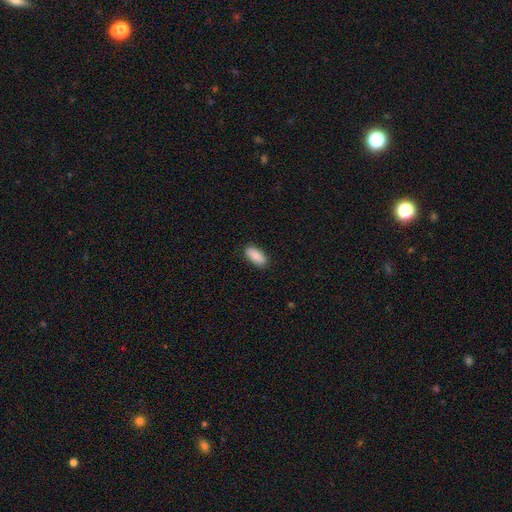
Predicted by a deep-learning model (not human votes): Q: Smooth or featured?
A: smooth (85%); runner-up: featured or disk (9%)
Q: How rounded?
A: in between (89%); runner-up: cigar-shaped (9%)
Q: Merging?
A: none (87%); runner-up: minor disturbance (10%)